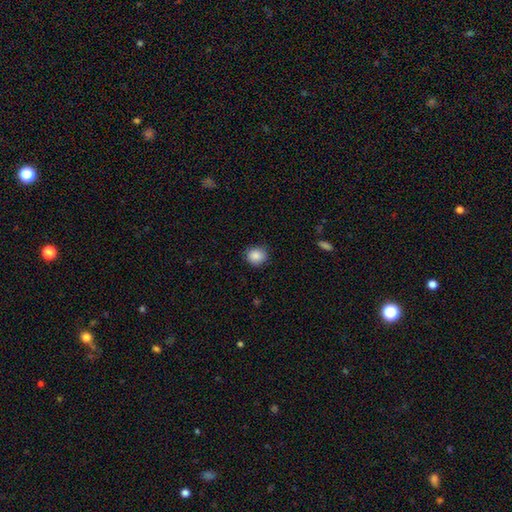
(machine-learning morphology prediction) This appears to be a smooth galaxy with no disk features (87%) that is round (82%). Merging: none (87%).